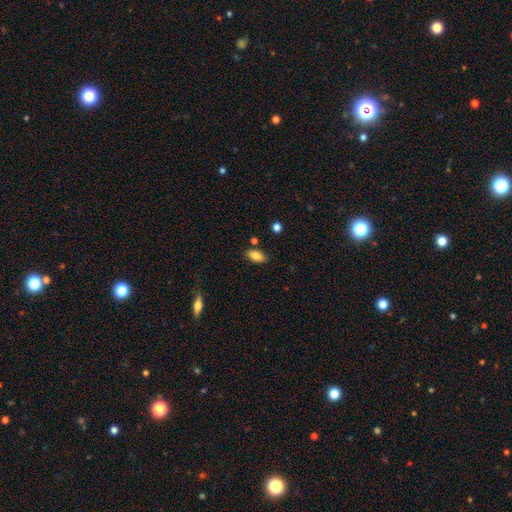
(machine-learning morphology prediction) Smooth or featured?
  - smooth: 84% *
  - star or artifact: 8%
  - featured or disk: 8%
How rounded?
  - in between: 91% *
  - cigar-shaped: 5%
  - round: 4%
Merging?
  - none: 82% *
  - minor disturbance: 12%
  - merger: 4%
  - major disturbance: 3%